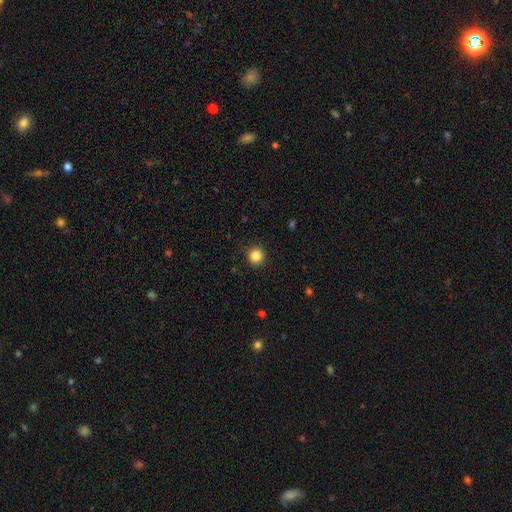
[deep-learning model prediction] Smooth or featured?
  - smooth: 86% *
  - star or artifact: 11%
  - featured or disk: 4%
How rounded?
  - round: 93% *
  - in between: 6%
  - cigar-shaped: 1%
Merging?
  - none: 90% *
  - minor disturbance: 7%
  - major disturbance: 2%
  - merger: 1%